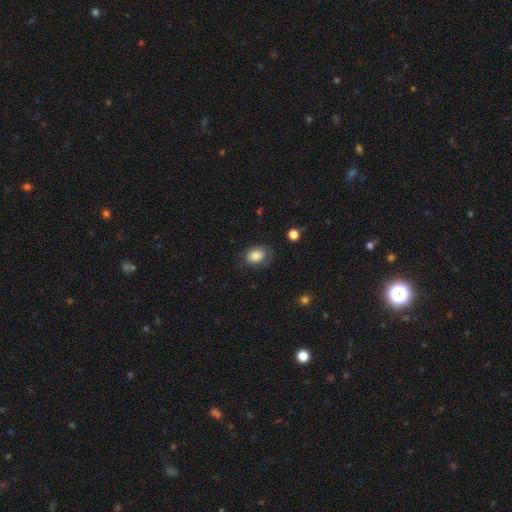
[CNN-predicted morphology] This is likely a smooth galaxy (76%). How rounded: likely in between (73%). Merging: likely none (63%).